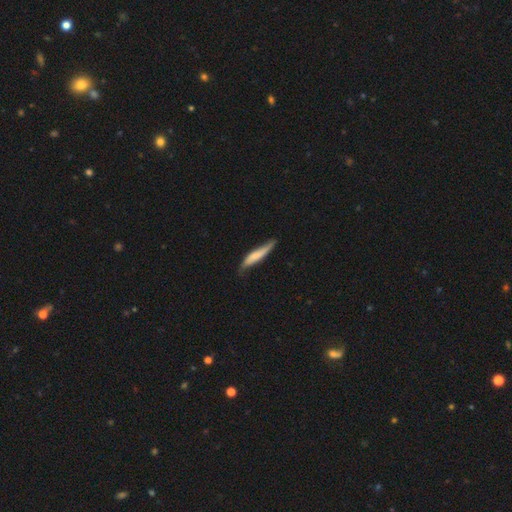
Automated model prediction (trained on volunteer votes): Q: Smooth or featured?
A: smooth (62%); runner-up: featured or disk (33%)
Q: How rounded?
A: cigar-shaped (88%); runner-up: in between (11%)
Q: Merging?
A: none (55%); runner-up: minor disturbance (35%)